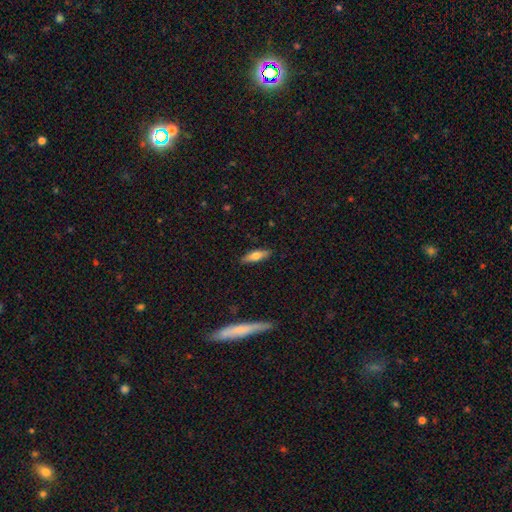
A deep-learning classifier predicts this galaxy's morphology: smooth_or_featured: smooth (p=0.65) [alt: featured or disk p=0.28]
how_rounded: cigar-shaped (p=0.57) [alt: in between p=0.41]
merging: none (p=0.88) [alt: minor disturbance p=0.09]